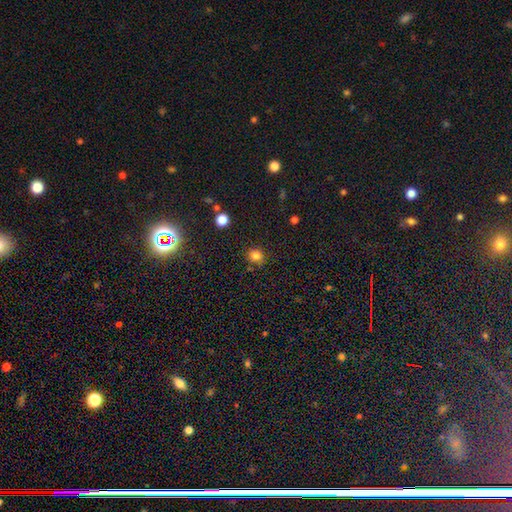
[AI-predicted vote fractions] A smooth galaxy with no disk features (82%) that is round (83%).

Vote fractions:
- Smooth or featured? smooth: 82% / star or artifact: 14% / featured or disk: 5%
- How rounded? round: 83% / in between: 16% / cigar-shaped: 1%
- Merging? none: 84% / minor disturbance: 10% / merger: 3% / major disturbance: 3%